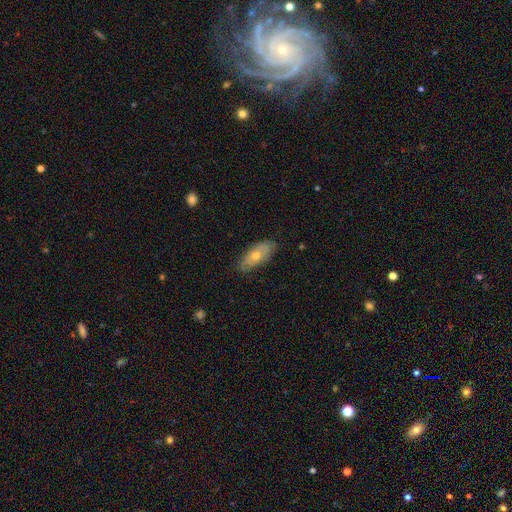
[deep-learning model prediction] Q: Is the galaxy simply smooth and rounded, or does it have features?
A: smooth — 49%.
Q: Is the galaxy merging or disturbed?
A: none — 80%.